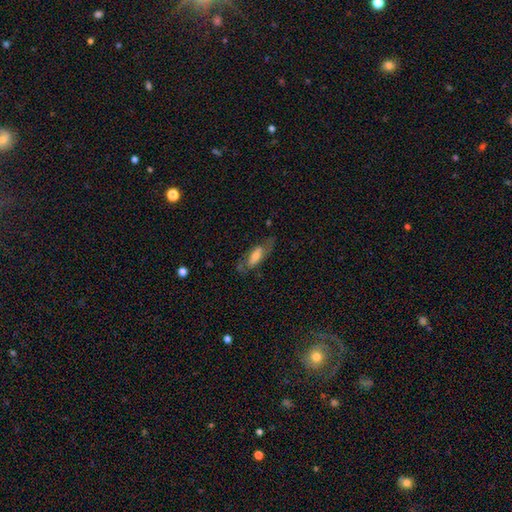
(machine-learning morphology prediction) type=featured or disk (48%); merging=none (64%).